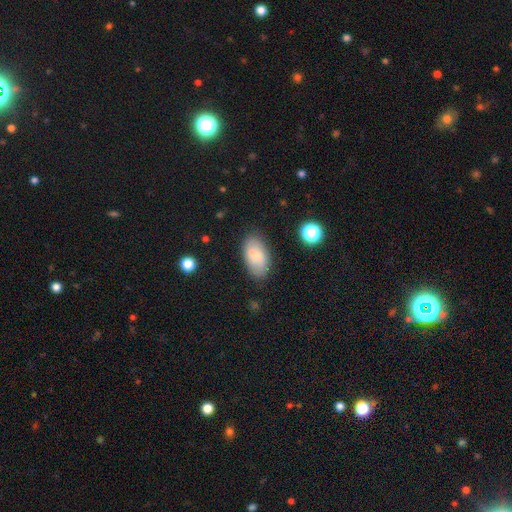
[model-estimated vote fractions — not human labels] smooth 66%, featured or disk 26%, star or artifact 8%. Down the decision tree: how rounded — in between (94%); merging — none (82%).